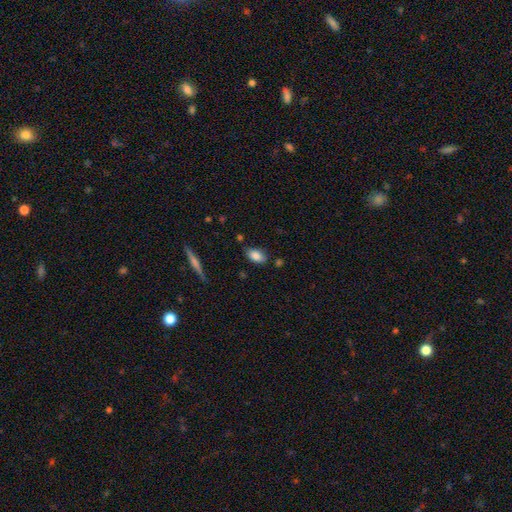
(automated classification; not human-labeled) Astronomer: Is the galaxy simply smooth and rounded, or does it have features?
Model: smooth — 85%.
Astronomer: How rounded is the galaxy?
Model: in between — 90%.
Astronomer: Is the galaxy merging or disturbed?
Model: none — 76%.